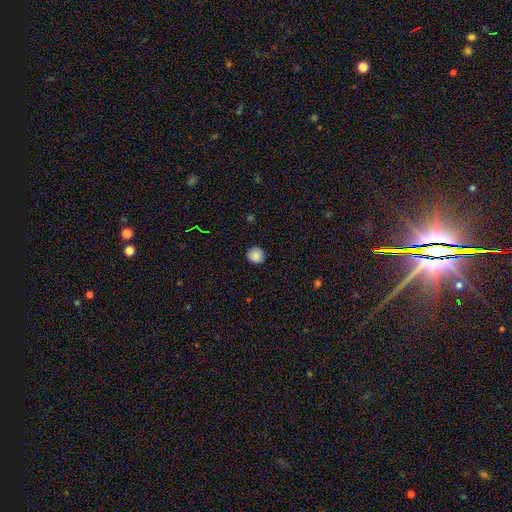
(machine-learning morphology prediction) A smooth galaxy with no disk features (86%) that is round (89%). Merging: none (89%).